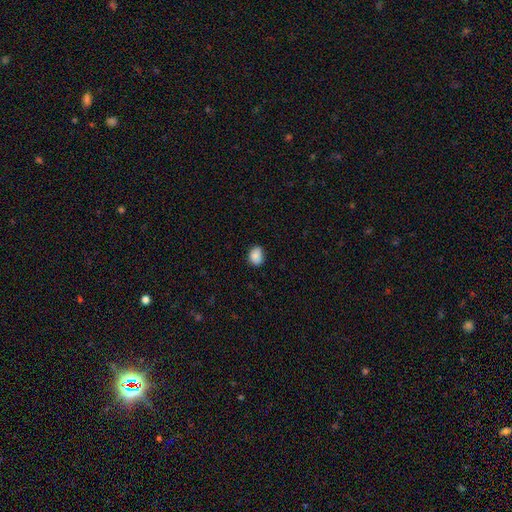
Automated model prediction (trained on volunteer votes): This is clearly a smooth galaxy (85%). How rounded: possibly round (50%). Merging: likely none (77%).